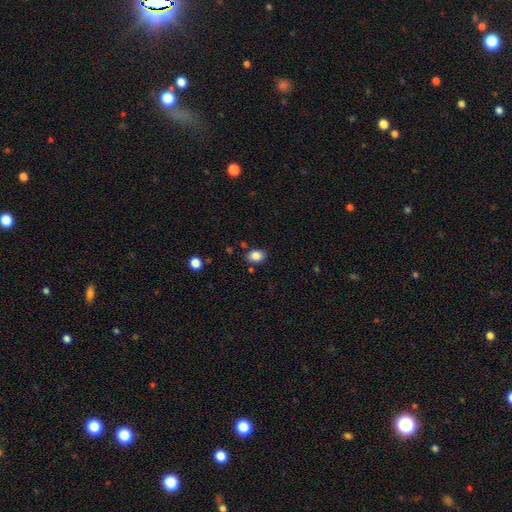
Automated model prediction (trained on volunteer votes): A smooth galaxy with no disk features (86%) that is in between round and cigar-shaped (72%). Merging: none (81%).